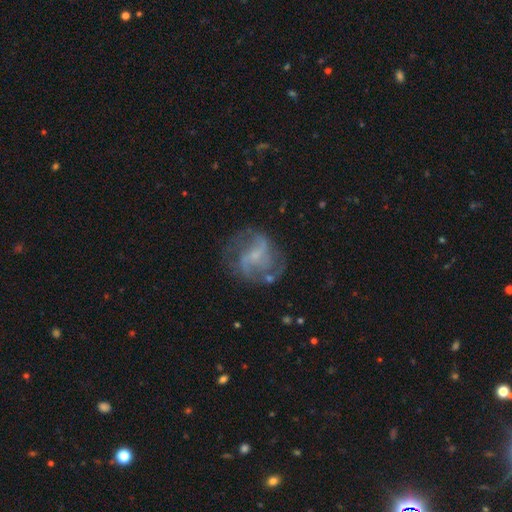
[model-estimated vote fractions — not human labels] A featured or disk galaxy (79%) with a weak bar (49%), 2 (66%) medium (49%) spiral arms (90%) and a small central bulge (55%).

Vote fractions:
- Smooth or featured? featured or disk: 79% / smooth: 13% / star or artifact: 8%
- Edge-on disk? no: 98% / yes: 2%
- Bar? weak: 49% / no: 34% / strong: 17%
- Spiral arms? yes: 90% / no: 10%
- Spiral winding? medium: 49% / loose: 34% / tight: 17%
- Spiral arm count? 2: 66% / can't tell: 14% / 3: 12% / 1: 3% / 4: 3% / more than 4: 3%
- Bulge size? small: 55% / none: 25% / moderate: 17% / large: 2% / dominant: 1%
- Merging? none: 66% / minor disturbance: 18% / major disturbance: 14% / merger: 3%